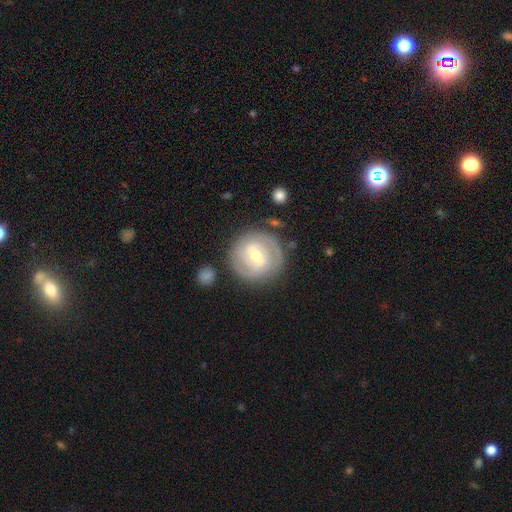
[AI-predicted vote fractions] Q: Smooth or featured?
A: featured or disk (80%); runner-up: smooth (15%)
Q: Edge-on disk?
A: no (97%); runner-up: yes (3%)
Q: Bar?
A: weak (50%); runner-up: strong (37%)
Q: Spiral arms?
A: yes (90%); runner-up: no (10%)
Q: Spiral winding?
A: tight (69%); runner-up: medium (25%)
Q: Spiral arm count?
A: 2 (58%); runner-up: can't tell (20%)
Q: Bulge size?
A: moderate (57%); runner-up: small (39%)
Q: Merging?
A: none (80%); runner-up: minor disturbance (12%)